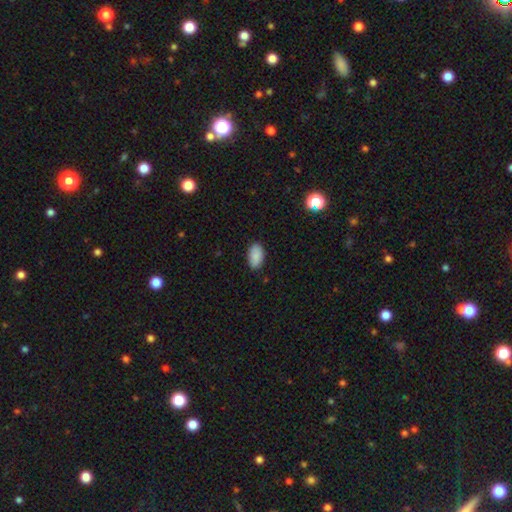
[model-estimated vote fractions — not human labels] Smooth or featured? smooth (88%)
How rounded? in between (94%)
Merging? none (83%)